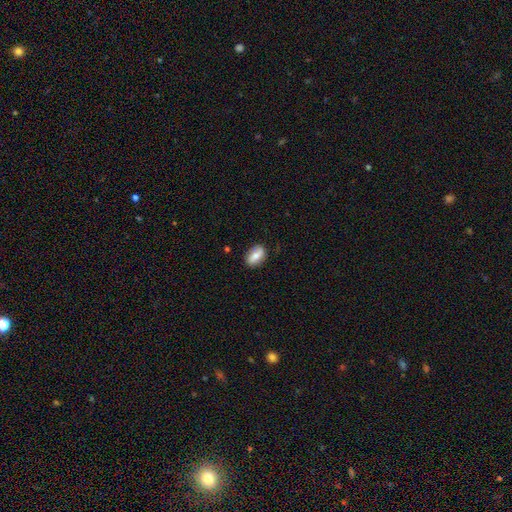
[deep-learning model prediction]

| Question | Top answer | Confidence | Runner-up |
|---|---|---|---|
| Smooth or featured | smooth | 61% | featured or disk (31%) |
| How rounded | in between | 85% | round (11%) |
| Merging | none | 83% | minor disturbance (13%) |